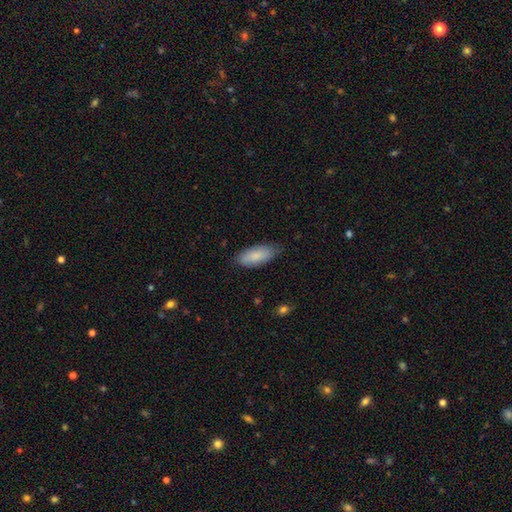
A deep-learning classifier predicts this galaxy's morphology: smooth_or_featured: smooth (p=0.84) [alt: featured or disk p=0.10]
how_rounded: in between (p=0.81) [alt: cigar-shaped p=0.17]
merging: none (p=0.77) [alt: minor disturbance p=0.19]